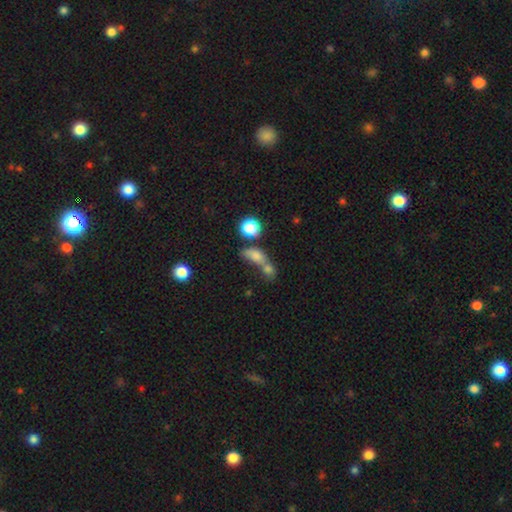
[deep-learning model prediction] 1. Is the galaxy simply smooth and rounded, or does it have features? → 71% smooth, 15% featured or disk, 15% star or artifact.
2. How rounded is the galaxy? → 57% in between, 30% round, 12% cigar-shaped.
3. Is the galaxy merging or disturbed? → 54% merger, 26% none, 10% major disturbance, 10% minor disturbance.